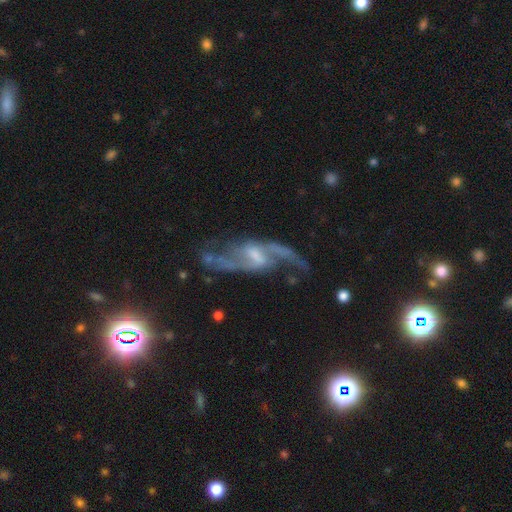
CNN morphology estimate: smooth-or-featured: featured or disk: 87% | star or artifact: 8% | smooth: 5%
  disk-edge-on: no: 94% | yes: 6%
    bar: weak: 54% | strong: 26% | no: 21%
    has-spiral-arms: yes: 96% | no: 4%
      spiral-winding: loose: 68% | medium: 26% | tight: 6%
      spiral-arm-count: 2: 91% | can't tell: 3% | 1: 2% | 3: 2% | 4: 1% | more than 4: 1%
    bulge-size: small: 43% | moderate: 33% | none: 19% | large: 4% | dominant: 1%
  merging: none: 67% | minor disturbance: 17% | major disturbance: 12% | merger: 4%